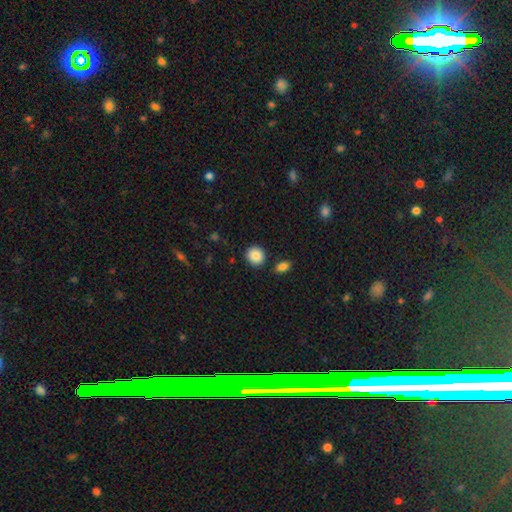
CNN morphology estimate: smooth-or-featured: smooth: 87% | star or artifact: 8% | featured or disk: 5%
  how-rounded: round: 84% | in between: 15% | cigar-shaped: 1%
  merging: none: 86% | minor disturbance: 7% | merger: 4% | major disturbance: 2%